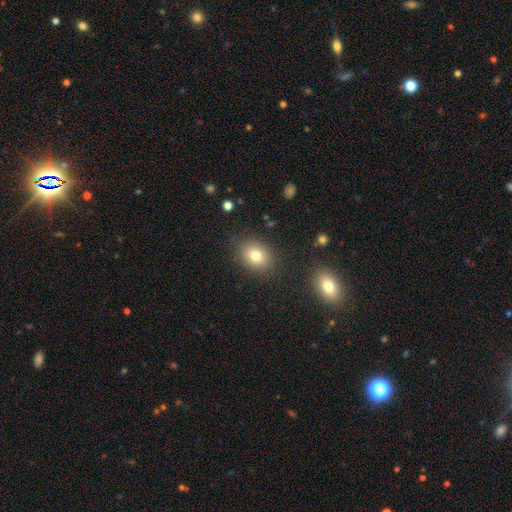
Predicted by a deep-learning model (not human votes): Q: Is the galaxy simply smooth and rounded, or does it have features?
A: smooth — 78%.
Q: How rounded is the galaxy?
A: in between — 57%.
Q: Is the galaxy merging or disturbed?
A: none — 85%.